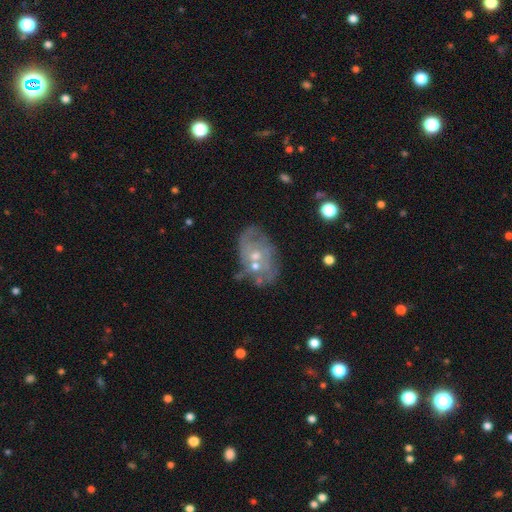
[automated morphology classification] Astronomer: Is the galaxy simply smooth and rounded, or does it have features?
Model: featured or disk — 66%.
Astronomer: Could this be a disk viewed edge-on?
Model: no — 95%.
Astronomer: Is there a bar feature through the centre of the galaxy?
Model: no — 78%.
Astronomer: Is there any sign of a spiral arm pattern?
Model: yes — 63%.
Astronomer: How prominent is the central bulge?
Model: small — 57% (runner-up: moderate, 37%).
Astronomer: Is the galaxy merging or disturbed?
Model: none — 52%.